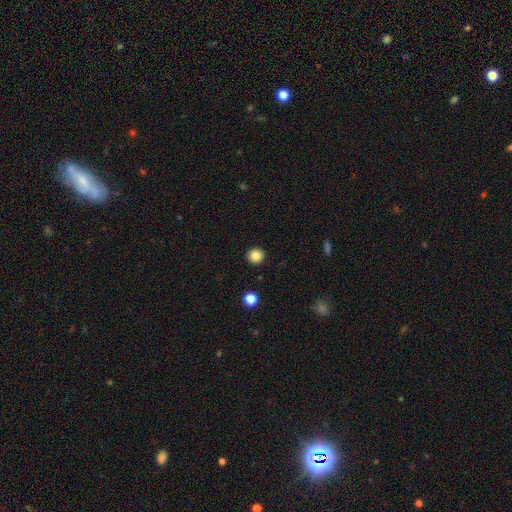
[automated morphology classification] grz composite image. It shows a smooth galaxy with no disk features (83%) that is round (94%). Merging: none (93%).